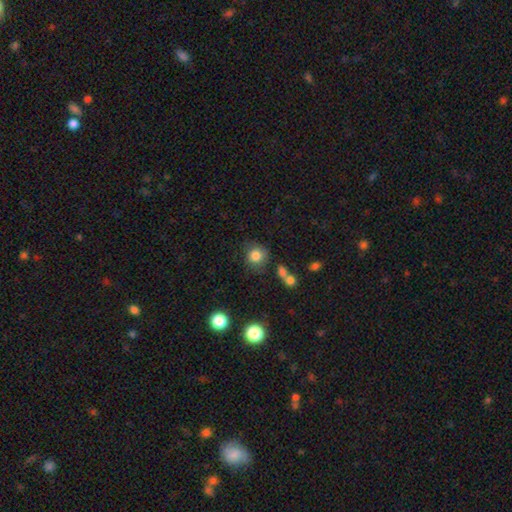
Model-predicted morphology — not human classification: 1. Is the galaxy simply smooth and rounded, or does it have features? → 82% smooth, 11% star or artifact, 7% featured or disk.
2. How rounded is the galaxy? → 86% round, 13% in between, 1% cigar-shaped.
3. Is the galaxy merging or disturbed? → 70% none, 17% minor disturbance, 6% merger, 6% major disturbance.